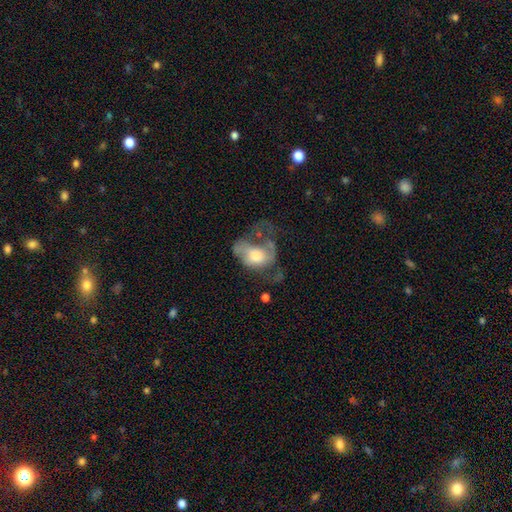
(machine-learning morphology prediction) The model was most divided on "smooth or featured": featured or disk: 48%, smooth: 43%, star or artifact: 8%. More confident: merging — major disturbance (59%).